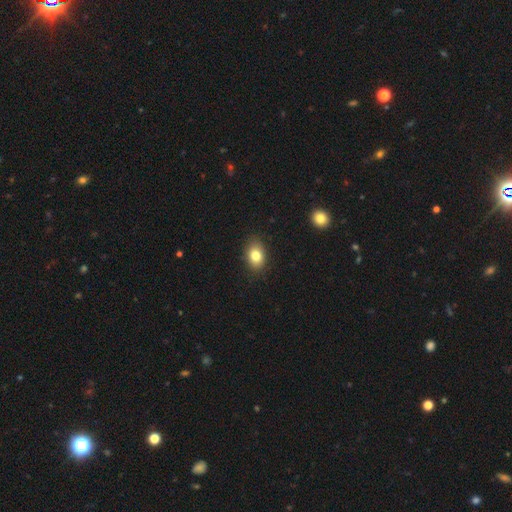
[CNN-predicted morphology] Q: Smooth or featured?
A: smooth (81%); runner-up: star or artifact (9%)
Q: How rounded?
A: in between (76%); runner-up: round (23%)
Q: Merging?
A: none (86%); runner-up: minor disturbance (11%)